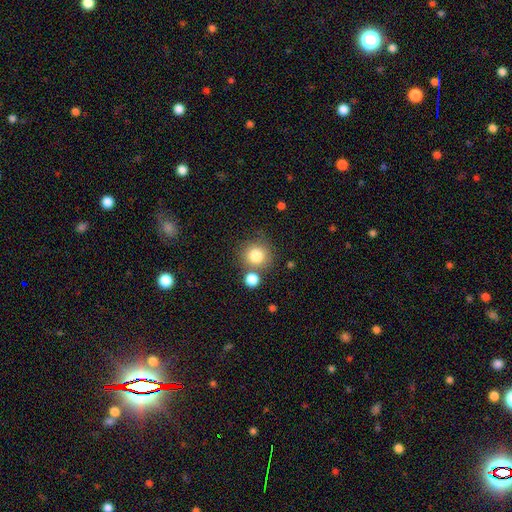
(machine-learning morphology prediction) smooth_or_featured: smooth (p=0.81) [alt: star or artifact p=0.11]
how_rounded: round (p=0.91) [alt: in between p=0.08]
merging: none (p=0.69) [alt: merger p=0.17]